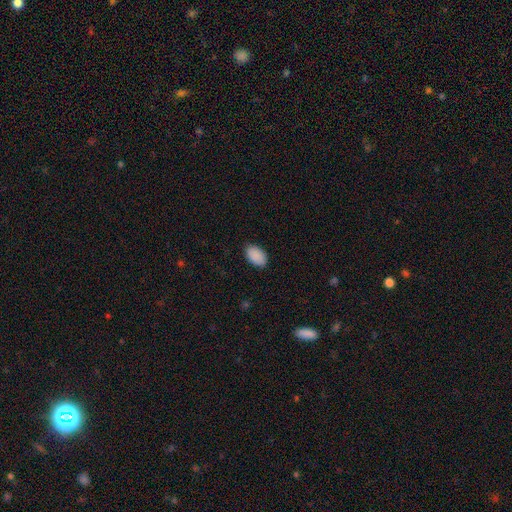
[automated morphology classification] A smooth galaxy with no disk features (90%) that is in between round and cigar-shaped (92%).

Vote fractions:
- Smooth or featured? smooth: 90% / star or artifact: 7% / featured or disk: 3%
- How rounded? in between: 92% / round: 7% / cigar-shaped: 1%
- Merging? none: 86% / minor disturbance: 11% / major disturbance: 2% / merger: 1%